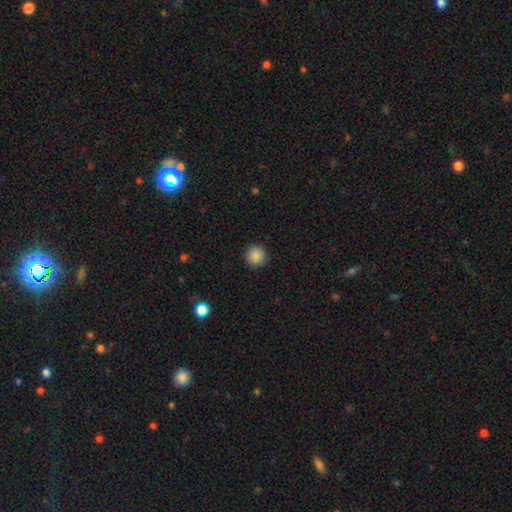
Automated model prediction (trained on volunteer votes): Smooth or featured? Predicted: smooth (p=0.88). How rounded? Predicted: round (p=0.95). Merging? Predicted: none (p=0.92).